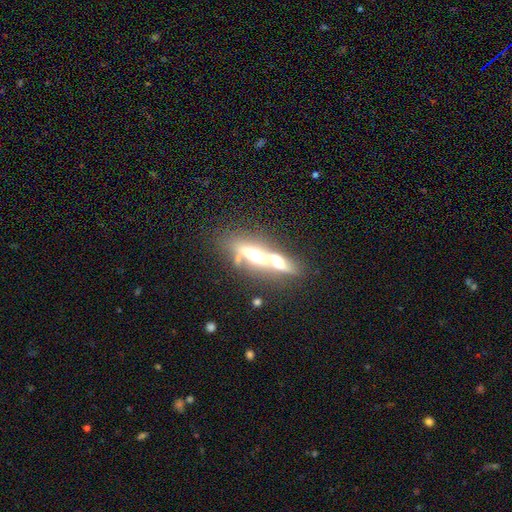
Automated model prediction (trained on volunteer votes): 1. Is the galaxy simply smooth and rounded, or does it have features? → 60% featured or disk, 30% smooth, 10% star or artifact.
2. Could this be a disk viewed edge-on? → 72% yes, 28% no.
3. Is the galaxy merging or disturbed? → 55% merger, 30% none, 9% minor disturbance, 7% major disturbance.